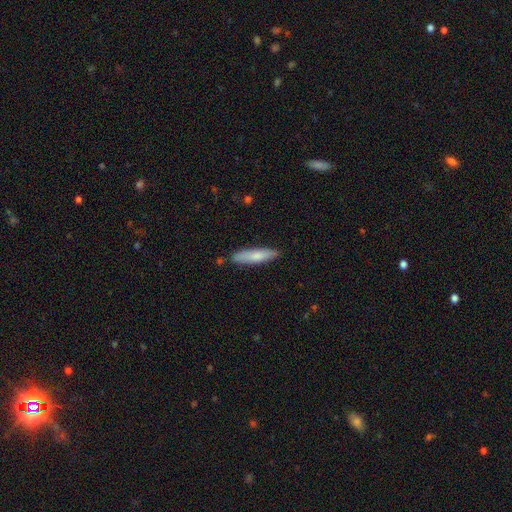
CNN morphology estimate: smooth 73%, featured or disk 21%, star or artifact 6%. Down the decision tree: how rounded — cigar-shaped (76%); merging — none (83%).